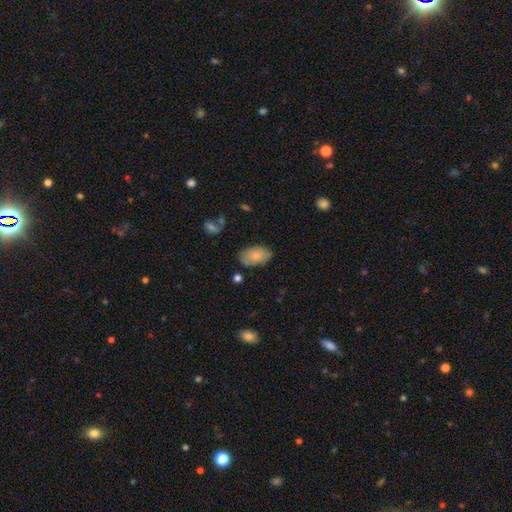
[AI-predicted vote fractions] Smooth or featured? smooth (73%)
How rounded? in between (93%)
Merging? none (73%)